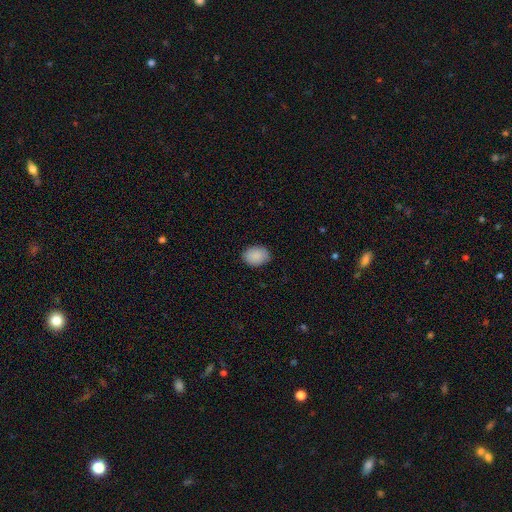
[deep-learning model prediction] This is clearly a smooth galaxy (89%). How rounded: likely in between (63%). Merging: clearly none (86%).